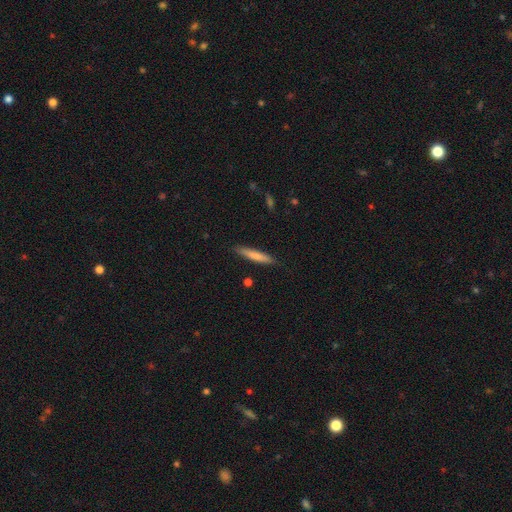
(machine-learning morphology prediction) smooth 76%, featured or disk 18%, star or artifact 6%. Down the decision tree: how rounded — cigar-shaped (92%); merging — none (87%).